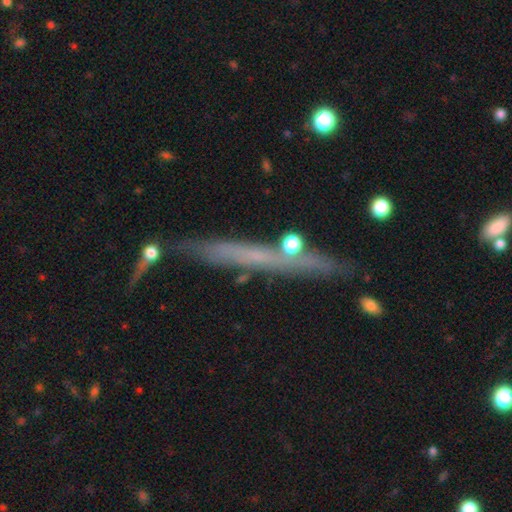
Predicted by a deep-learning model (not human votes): Overall: featured or disk (55%; smooth 34%). Edge-on disk: yes (92%). Edge-on bulge: none (78%). Merging: none (80%).